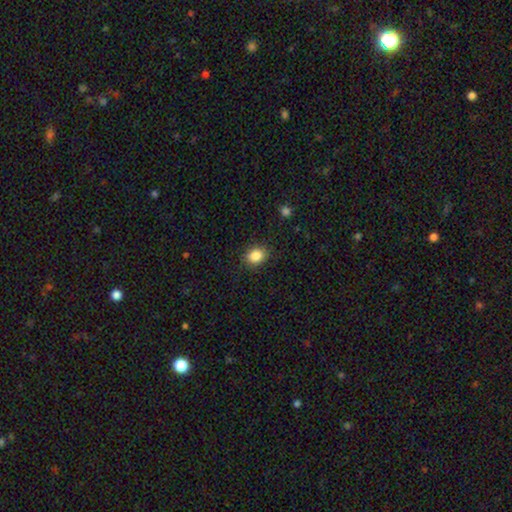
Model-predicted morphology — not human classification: Overall: smooth (86%). How rounded: in between (57%; round 42%). Merging: none (86%).